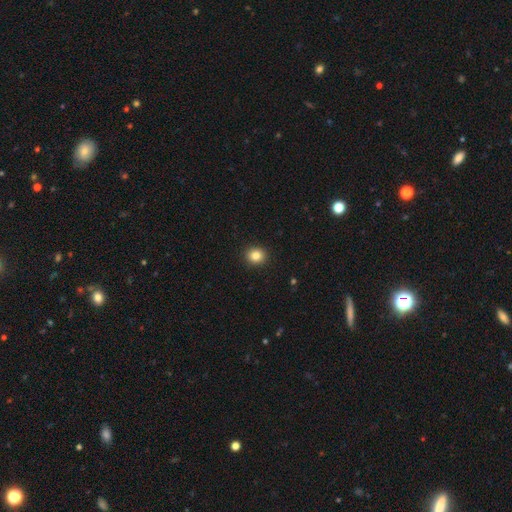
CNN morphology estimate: Smooth or featured? Predicted: smooth (p=0.84). How rounded? Predicted: round (p=0.84). Merging? Predicted: none (p=0.93).